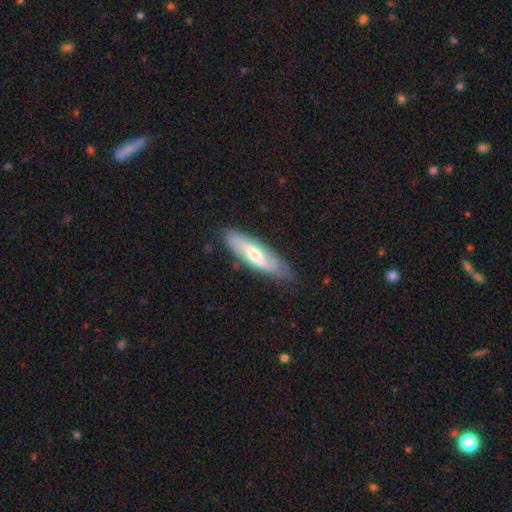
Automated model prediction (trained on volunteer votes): This is possibly a featured or disk galaxy (59%). It is likely not viewed edge-on (75%). Merging: likely none (75%).